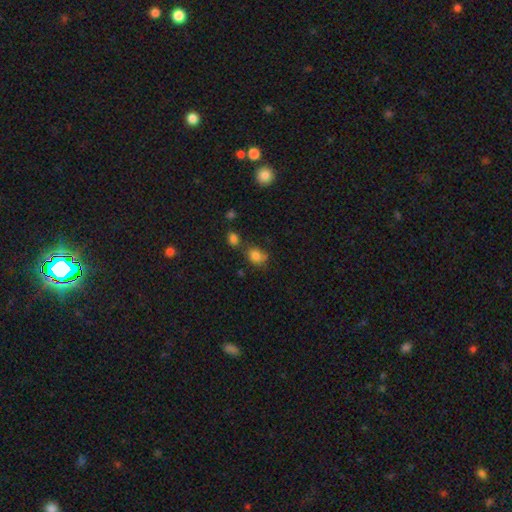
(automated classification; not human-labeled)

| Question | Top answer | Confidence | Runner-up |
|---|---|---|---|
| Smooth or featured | smooth | 79% | star or artifact (13%) |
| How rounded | in between | 49% | tied: round (49%) |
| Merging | none | 52% | minor disturbance (22%) |